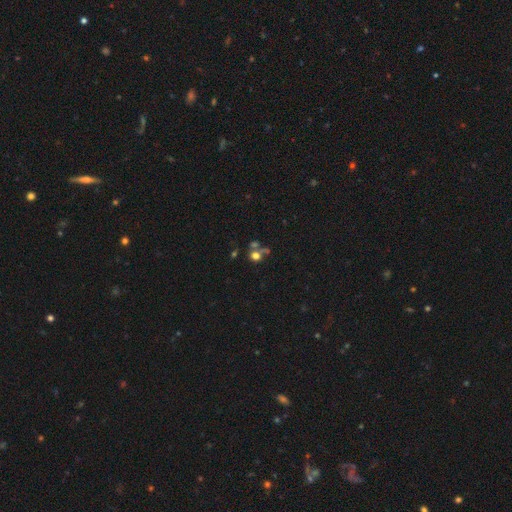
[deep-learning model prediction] Morphology: type=smooth (64%); roundness=round (81%); merging=none (44%).